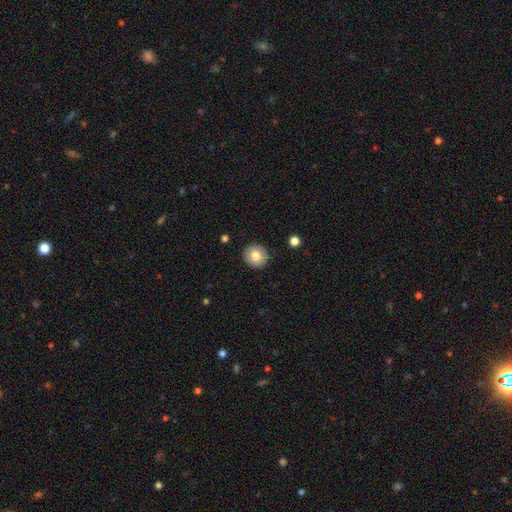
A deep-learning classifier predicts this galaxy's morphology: Smooth or featured? smooth (79%)
How rounded? round (86%)
Merging? none (90%)